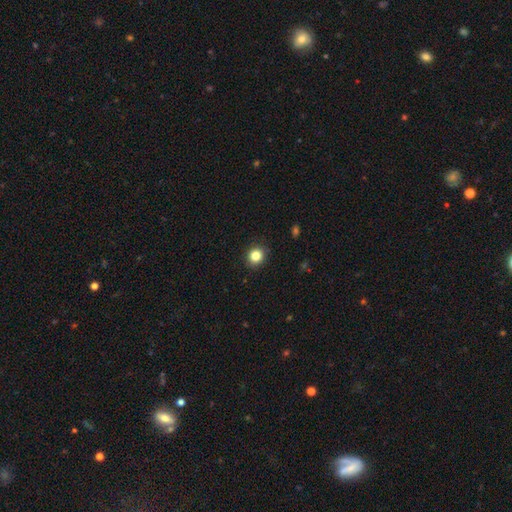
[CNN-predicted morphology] Smooth or featured?
  - smooth: 84% *
  - star or artifact: 11%
  - featured or disk: 5%
How rounded?
  - round: 82% *
  - in between: 18%
  - cigar-shaped: 1%
Merging?
  - none: 91% *
  - minor disturbance: 6%
  - major disturbance: 2%
  - merger: 1%